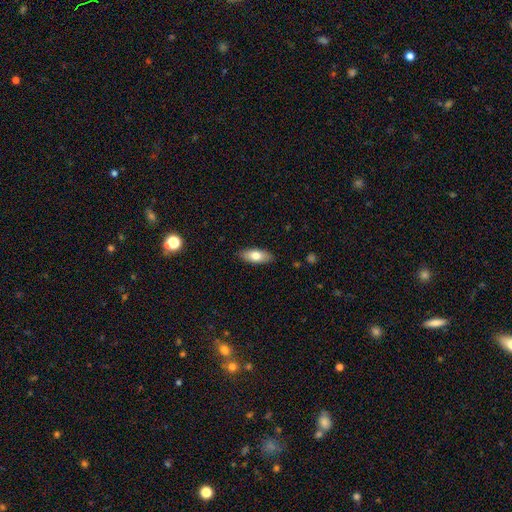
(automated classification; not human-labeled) This is likely a smooth galaxy (73%). How rounded: clearly in between (80%). Merging: clearly none (89%).